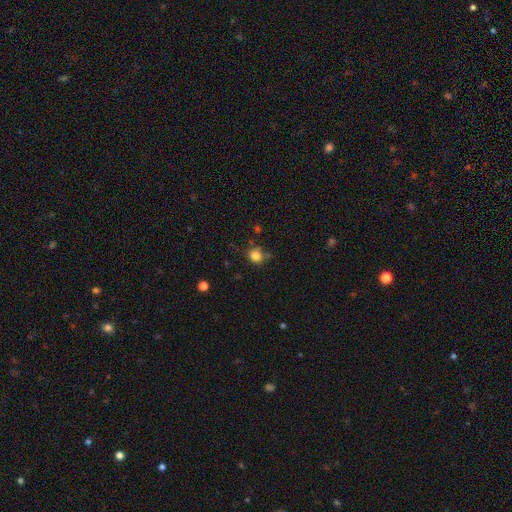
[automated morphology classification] Smooth or featured? smooth (81%)
How rounded? round (76%)
Merging? none (69%)